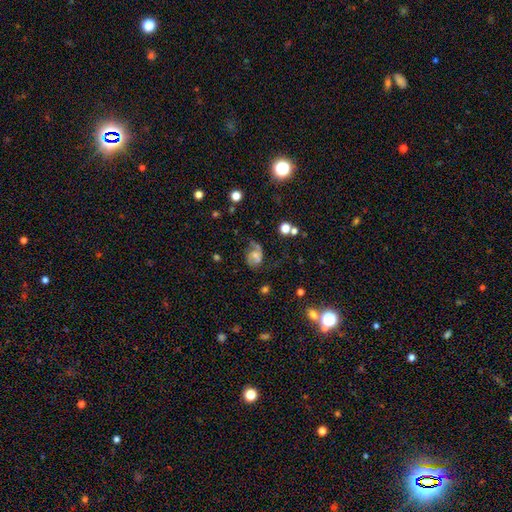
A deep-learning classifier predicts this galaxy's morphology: Smooth or featured? Predicted: featured or disk (p=0.60). Edge-on disk? Predicted: no (p=0.97). Bar? Predicted: no (p=0.48). Spiral arms? Predicted: yes (p=0.85). Bulge size? Predicted: small (p=0.39). Merging? Predicted: none (p=0.44).